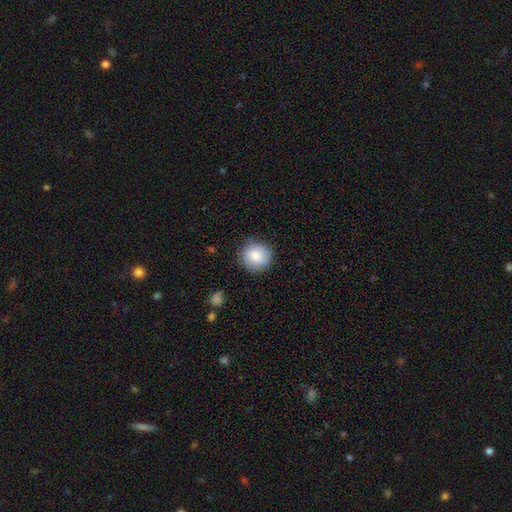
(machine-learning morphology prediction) Smooth or featured? smooth (84%)
How rounded? round (92%)
Merging? none (85%)